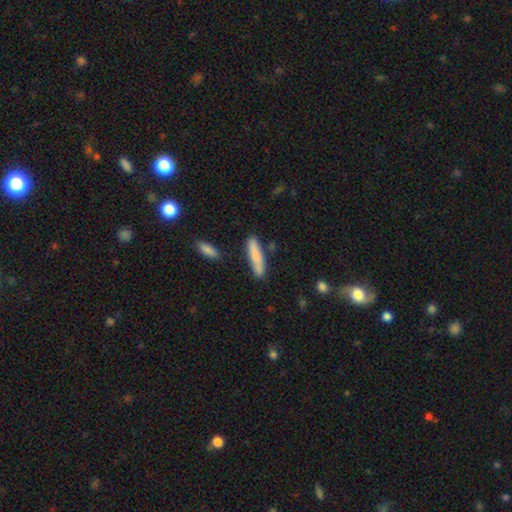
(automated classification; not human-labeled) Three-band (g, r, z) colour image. It shows a smooth galaxy with no disk features (80%) that is cigar-shaped (83%). Merging: none (81%).